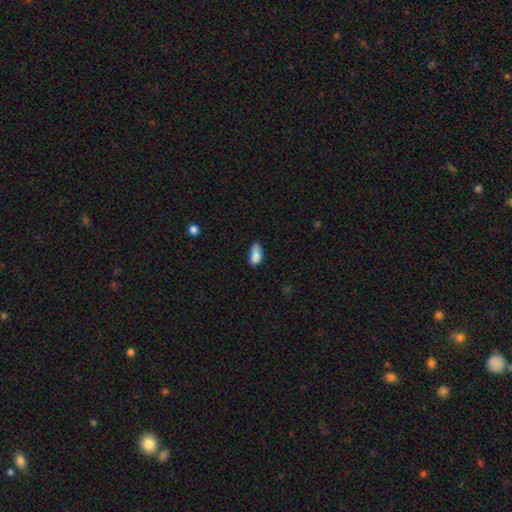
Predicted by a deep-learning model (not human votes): A smooth galaxy with no disk features (83%) that is in between round and cigar-shaped (89%).

Vote fractions:
- Smooth or featured? smooth: 83% / star or artifact: 9% / featured or disk: 8%
- How rounded? in between: 89% / cigar-shaped: 7% / round: 4%
- Merging? none: 45% / minor disturbance: 38% / major disturbance: 10% / merger: 6%